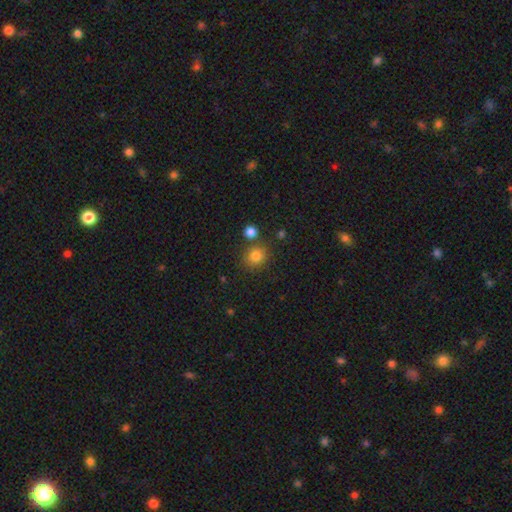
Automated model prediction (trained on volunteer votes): A smooth galaxy with no disk features (82%) that is round (82%). Merging: none (76%).